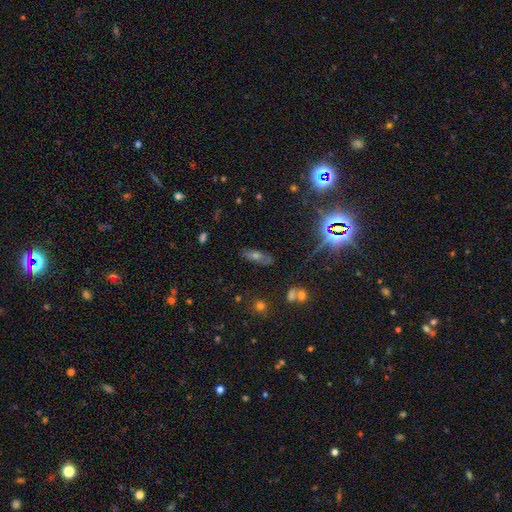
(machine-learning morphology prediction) A smooth galaxy with no disk features (40%).

Vote fractions:
- Smooth or featured? smooth: 40% / star or artifact: 35% / featured or disk: 25%
- Merging? none: 74% / minor disturbance: 16% / major disturbance: 6% / merger: 4%